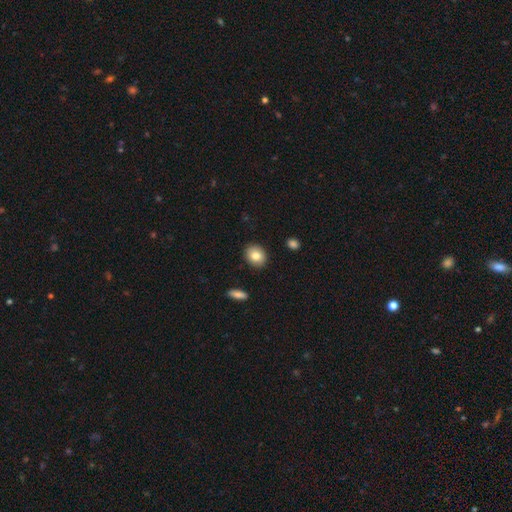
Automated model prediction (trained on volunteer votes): Overall: smooth (82%). How rounded: round (51%; in between 48%). Merging: none (89%).